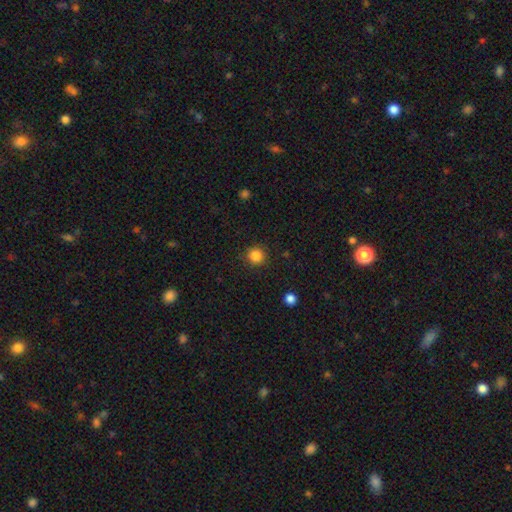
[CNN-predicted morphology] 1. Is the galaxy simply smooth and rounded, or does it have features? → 85% smooth, 11% star or artifact, 4% featured or disk.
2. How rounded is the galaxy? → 93% round, 6% in between, 1% cigar-shaped.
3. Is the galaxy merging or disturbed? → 89% none, 7% minor disturbance, 2% major disturbance, 1% merger.